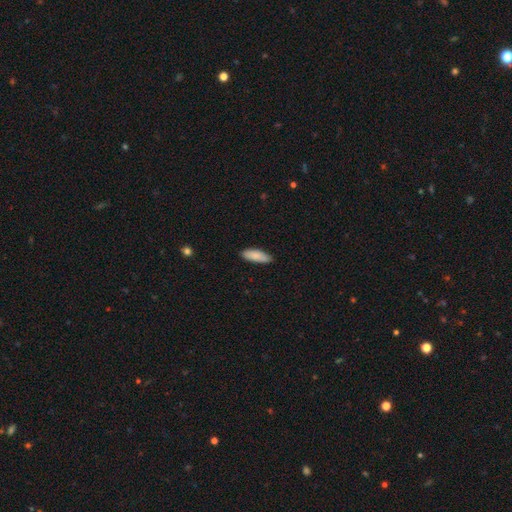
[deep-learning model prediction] smooth 87%, featured or disk 7%, star or artifact 6%. Down the decision tree: how rounded — in between (65%); merging — none (85%).